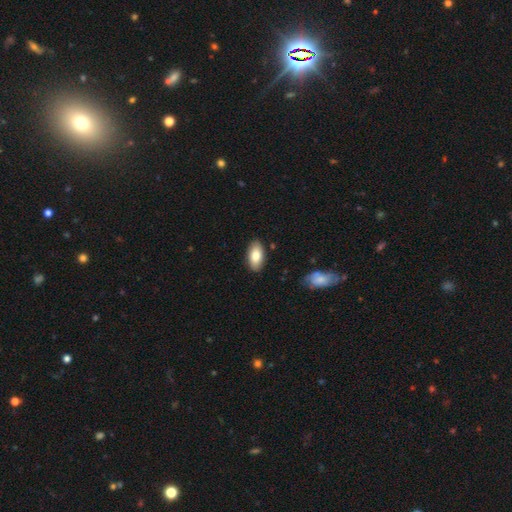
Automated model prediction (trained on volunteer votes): Smooth or featured? Predicted: smooth (p=0.81). How rounded? Predicted: in between (p=0.93). Merging? Predicted: none (p=0.87).